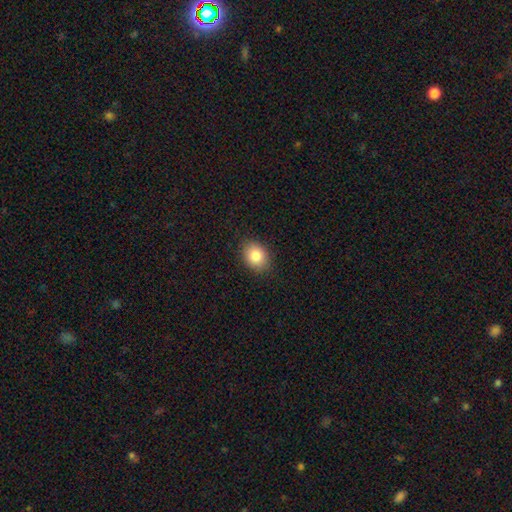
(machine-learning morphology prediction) type=smooth (84%); roundness=in between (58%); merging=none (88%).